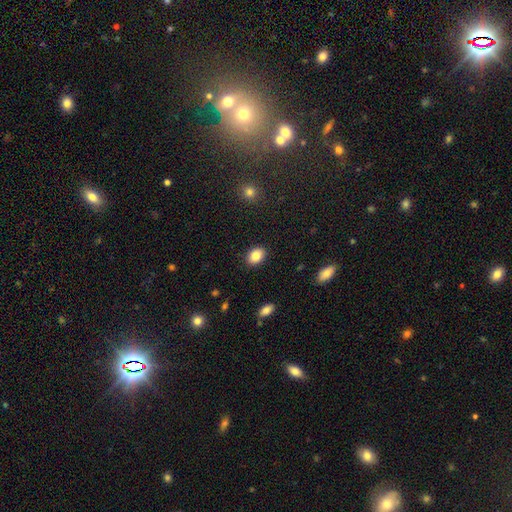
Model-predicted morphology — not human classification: The model was most divided on "how rounded": in between: 73%, round: 26%, cigar-shaped: 1%. More confident: merging — none (89%); smooth or featured — smooth (85%).